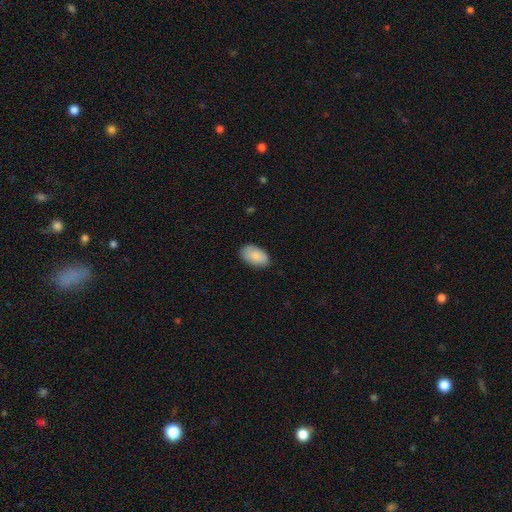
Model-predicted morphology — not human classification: smooth_or_featured: smooth (p=0.87) [alt: featured or disk p=0.07]
how_rounded: in between (p=0.94) [alt: round p=0.05]
merging: none (p=0.83) [alt: minor disturbance p=0.13]